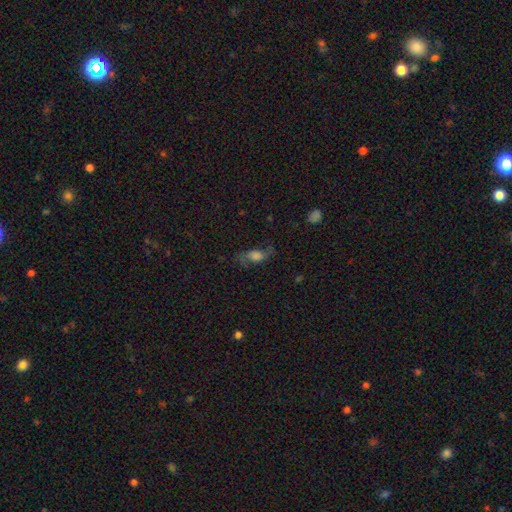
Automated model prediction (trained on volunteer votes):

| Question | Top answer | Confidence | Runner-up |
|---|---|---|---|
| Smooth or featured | smooth | 48% | featured or disk (39%) |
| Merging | none | 59% | minor disturbance (22%) |